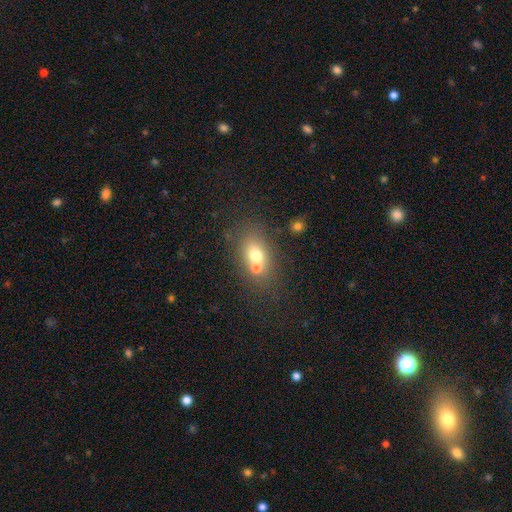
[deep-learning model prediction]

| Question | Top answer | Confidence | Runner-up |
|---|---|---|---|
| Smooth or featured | smooth | 67% | featured or disk (21%) |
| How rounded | in between | 68% | round (30%) |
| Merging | none | 44% | merger (41%) |